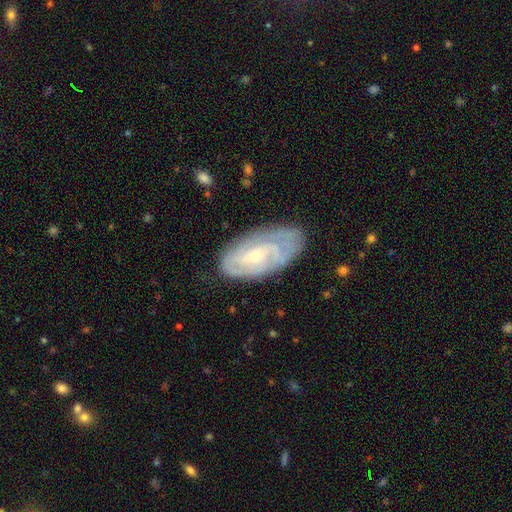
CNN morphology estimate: A featured or disk galaxy (78%) with no bar (56%), tight (64%) spiral arms (93%) and a small central bulge (67%). Merging: none (75%).